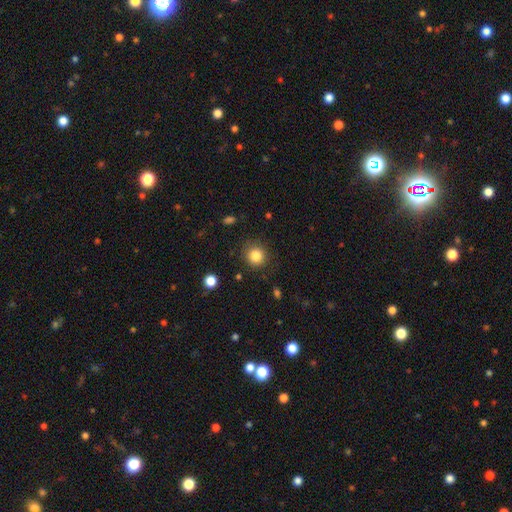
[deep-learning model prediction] Overall: smooth (84%). How rounded: round (91%). Merging: none (86%).